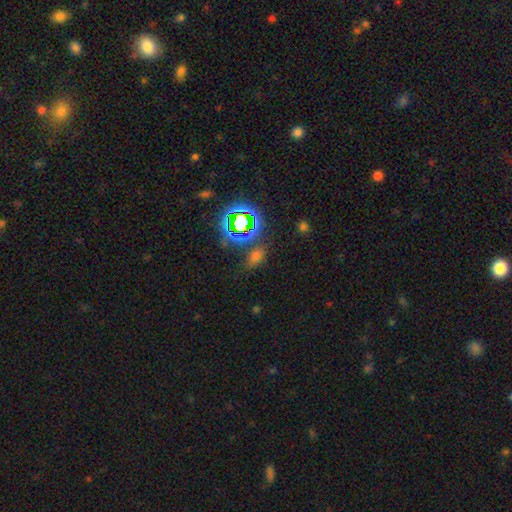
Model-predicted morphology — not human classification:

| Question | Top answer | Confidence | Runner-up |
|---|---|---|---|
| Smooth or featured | smooth | 51% | star or artifact (41%) |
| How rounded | in between | 76% | round (20%) |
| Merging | none | 72% | minor disturbance (15%) |